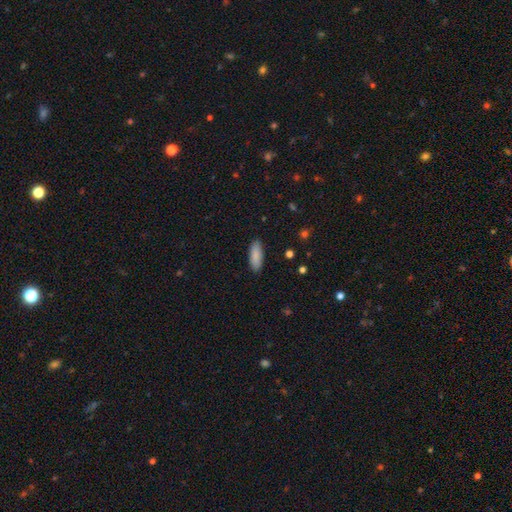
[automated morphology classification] smooth_or_featured: smooth (p=0.89) [alt: star or artifact p=0.06]
how_rounded: in between (p=0.69) [alt: cigar-shaped p=0.29]
merging: none (p=0.89) [alt: minor disturbance p=0.08]